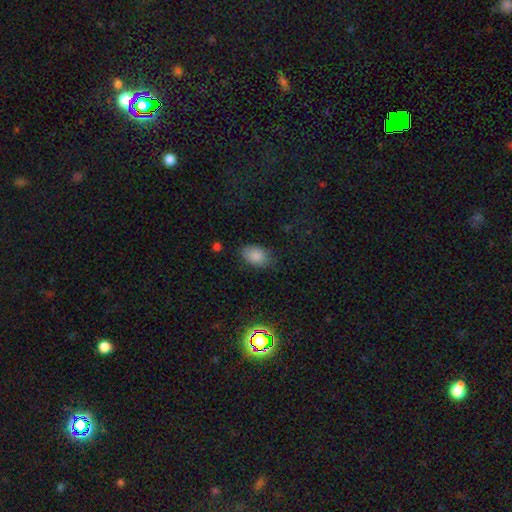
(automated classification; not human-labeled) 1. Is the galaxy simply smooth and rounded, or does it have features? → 85% smooth, 10% star or artifact, 6% featured or disk.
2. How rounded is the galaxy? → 88% in between, 11% round, 1% cigar-shaped.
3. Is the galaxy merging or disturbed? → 76% none, 18% minor disturbance, 4% major disturbance, 1% merger.